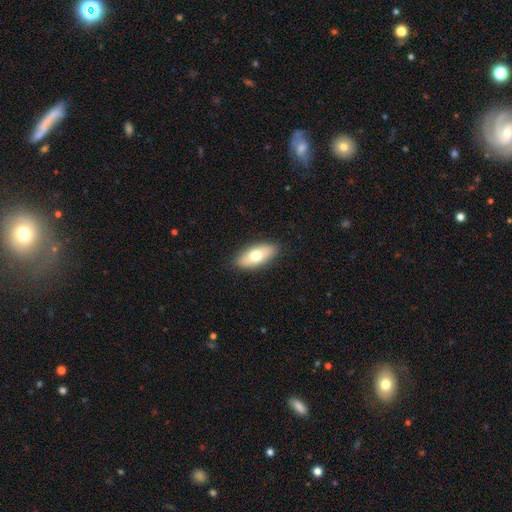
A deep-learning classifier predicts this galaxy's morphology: Smooth or featured? smooth (69%)
How rounded? in between (85%)
Merging? none (88%)